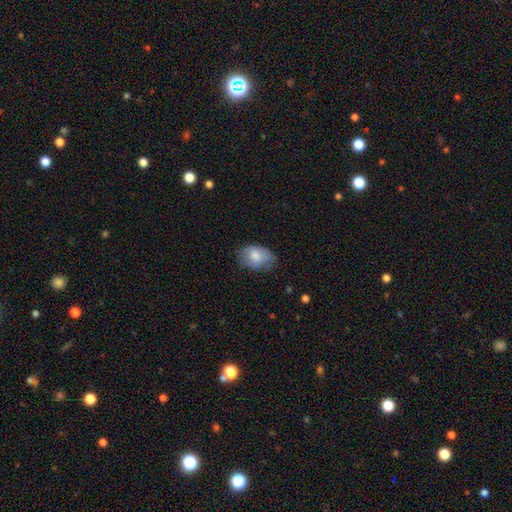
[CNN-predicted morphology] Smooth or featured?
  - smooth: 78% *
  - featured or disk: 15%
  - star or artifact: 7%
How rounded?
  - in between: 85% *
  - round: 14%
  - cigar-shaped: 1%
Merging?
  - none: 65% *
  - minor disturbance: 27%
  - major disturbance: 7%
  - merger: 1%